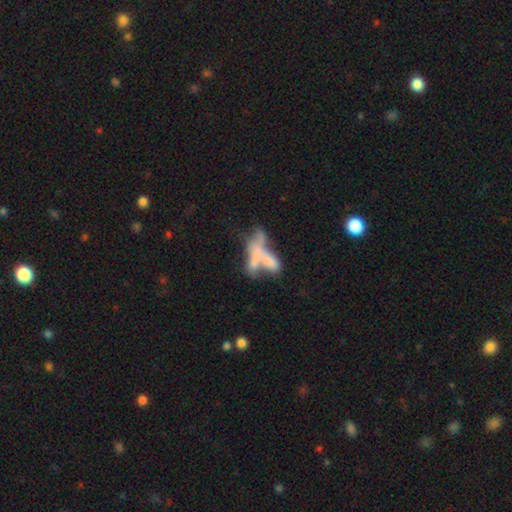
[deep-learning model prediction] This is possibly a smooth galaxy (56%). How rounded: possibly in between (56%). Merging: likely merger (66%).